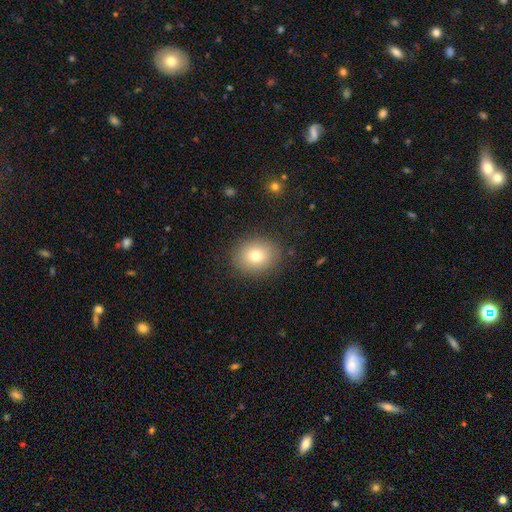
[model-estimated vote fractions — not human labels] Smooth or featured? smooth (77%)
How rounded? round (70%)
Merging? none (87%)